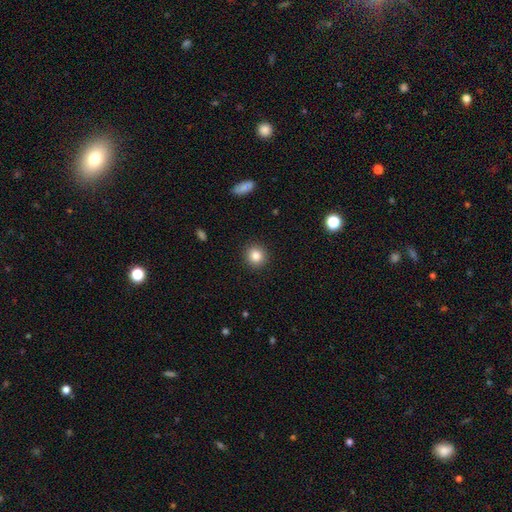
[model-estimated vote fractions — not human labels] smooth_or_featured: smooth (p=0.85) [alt: star or artifact p=0.10]
how_rounded: round (p=0.90) [alt: in between p=0.09]
merging: none (p=0.91) [alt: minor disturbance p=0.06]